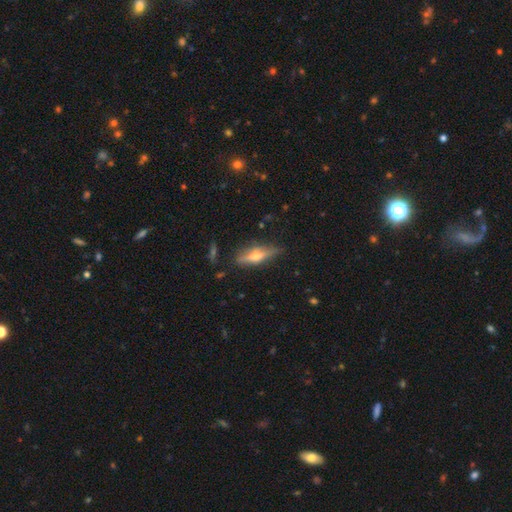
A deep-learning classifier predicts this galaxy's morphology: featured or disk 57%, smooth 36%, star or artifact 8%. Down the decision tree: edge-on disk — yes (92%); edge-on bulge — rounded (89%); merging — none (82%).